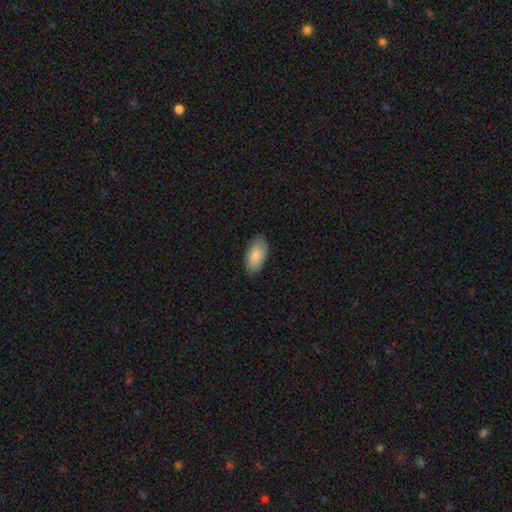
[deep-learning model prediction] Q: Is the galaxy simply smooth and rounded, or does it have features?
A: smooth — 87%.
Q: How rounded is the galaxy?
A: in between — 94%.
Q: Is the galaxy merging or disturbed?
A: none — 83%.